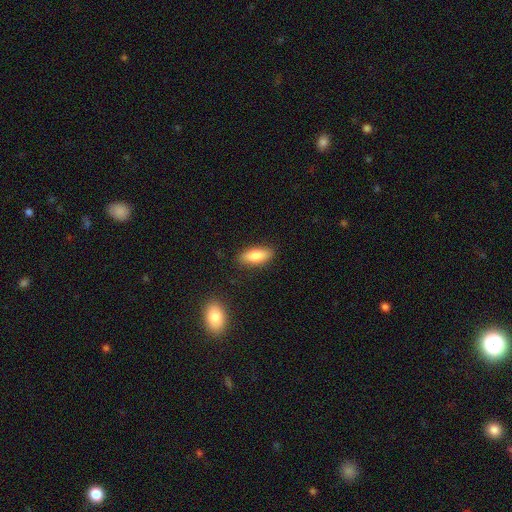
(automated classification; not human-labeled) A smooth galaxy with no disk features (82%) that is in between round and cigar-shaped (73%).

Vote fractions:
- Smooth or featured? smooth: 82% / featured or disk: 12% / star or artifact: 6%
- How rounded? in between: 73% / cigar-shaped: 24% / round: 2%
- Merging? none: 86% / minor disturbance: 10% / major disturbance: 2% / merger: 2%